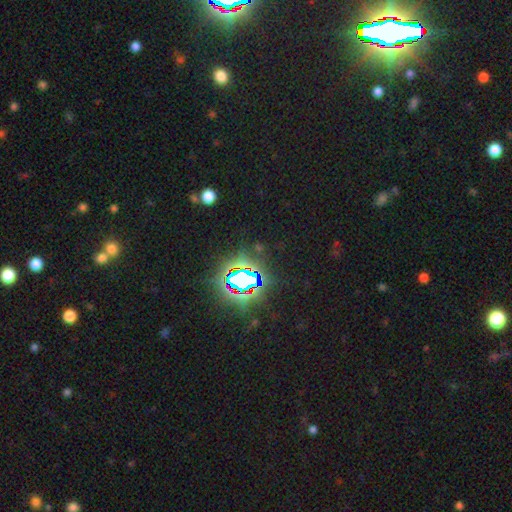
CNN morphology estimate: A star or artifact, not a galaxy (84%).